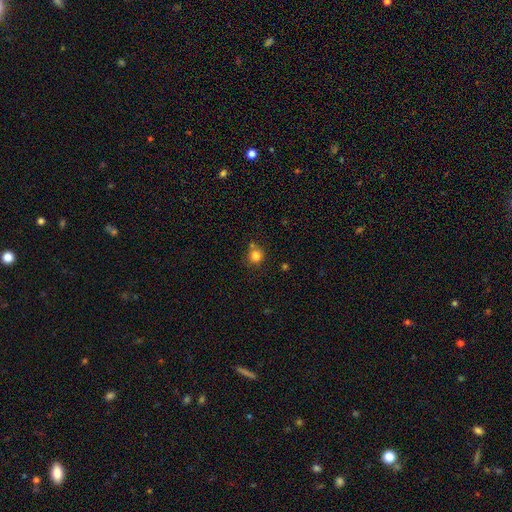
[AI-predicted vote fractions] Smooth or featured? Predicted: smooth (p=0.82). How rounded? Predicted: round (p=0.89). Merging? Predicted: none (p=0.66).